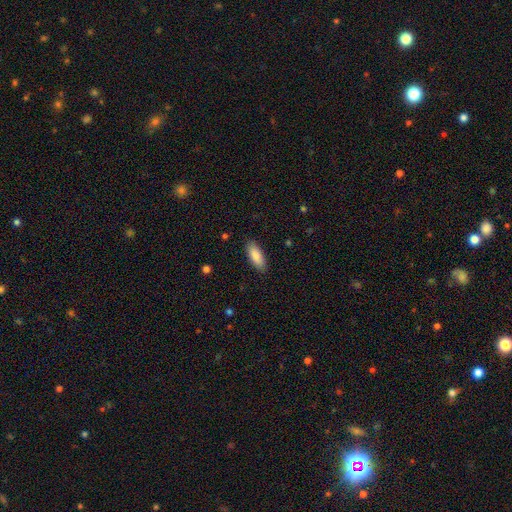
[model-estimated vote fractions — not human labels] This is clearly a smooth galaxy (88%). How rounded: likely in between (73%). Merging: clearly none (88%).